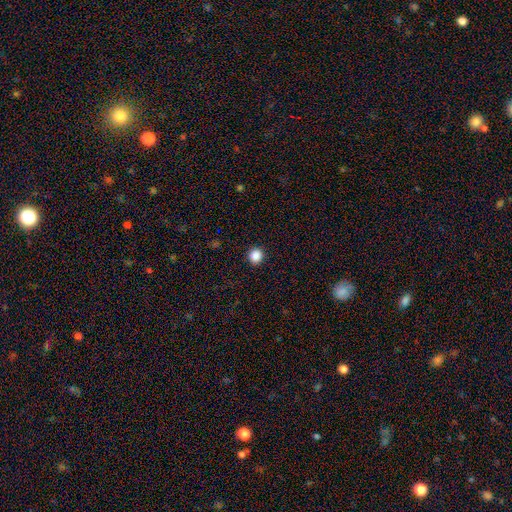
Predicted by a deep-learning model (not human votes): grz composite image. It shows a smooth galaxy with no disk features (87%) that is round (91%). Merging: none (92%).